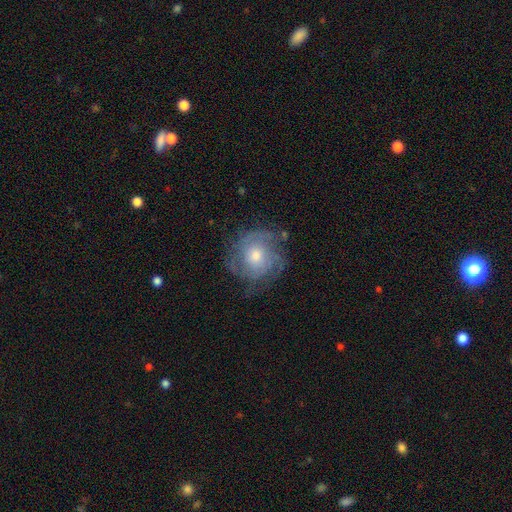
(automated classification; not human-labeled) This is likely a featured or disk galaxy (68%). It is clearly not viewed edge-on (97%). Bar: clearly no (81%). Spiral arm pattern: clearly yes (83%). Spiral arm count: possibly can't tell (47%). Spiral winding: possibly tight (59%). Central bulge: likely moderate (64%). Merging: likely none (69%).